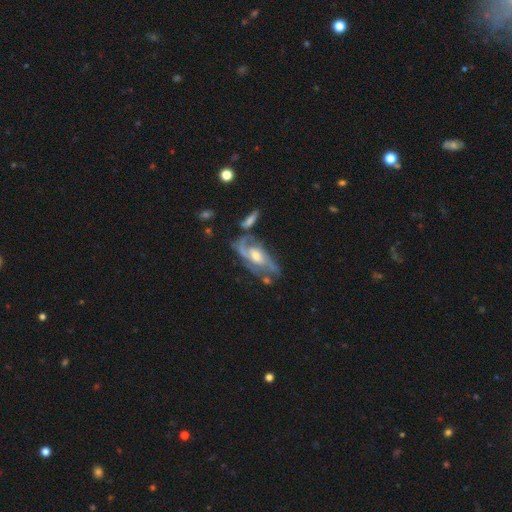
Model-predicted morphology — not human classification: smooth_or_featured: featured or disk (p=0.85) [alt: smooth p=0.09]
disk_edge_on: no (p=0.92) [alt: yes p=0.08]
bar: no (p=0.47) [alt: weak p=0.40]
has_spiral_arms: yes (p=0.93) [alt: no p=0.07]
spiral_winding: medium (p=0.47) [alt: tight p=0.34]
spiral_arm_count: 2 (p=0.68) [alt: can't tell p=0.16]
bulge_size: moderate (p=0.62) [alt: small p=0.30]
merging: none (p=0.54) [alt: minor disturbance p=0.21]